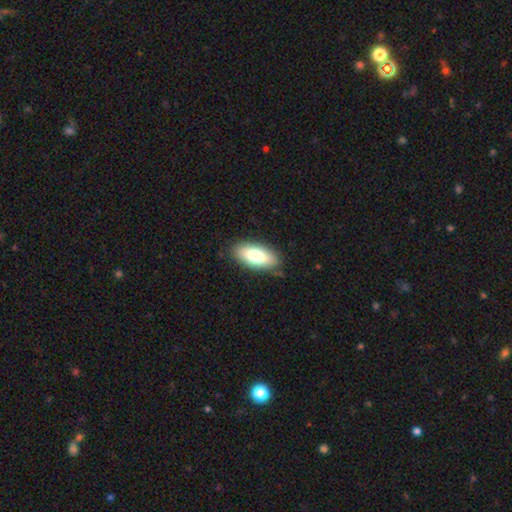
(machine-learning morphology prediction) Smooth or featured? smooth (74%)
How rounded? in between (87%)
Merging? none (84%)